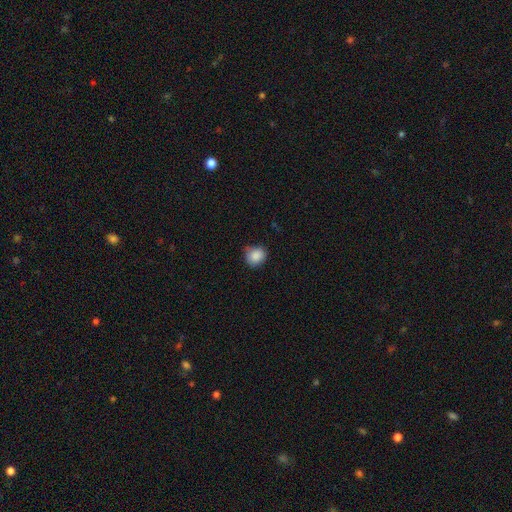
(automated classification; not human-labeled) A smooth galaxy with no disk features (87%) that is round (79%).

Vote fractions:
- Smooth or featured? smooth: 87% / star or artifact: 9% / featured or disk: 5%
- How rounded? round: 79% / in between: 20% / cigar-shaped: 1%
- Merging? none: 69% / minor disturbance: 26% / major disturbance: 4% / merger: 1%